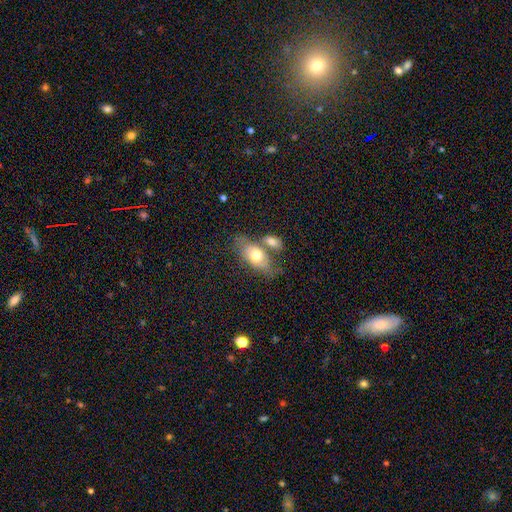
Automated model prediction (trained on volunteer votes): A smooth galaxy with no disk features (63%) that is in between round and cigar-shaped (85%). Merging: none (42%).